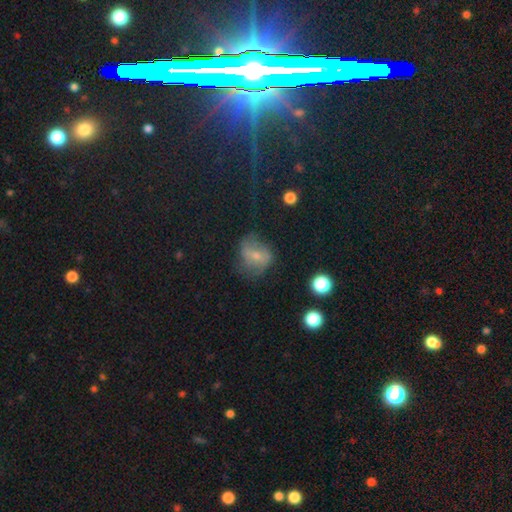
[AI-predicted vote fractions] This is marginally a featured or disk galaxy (45%). Merging: possibly none (48%).